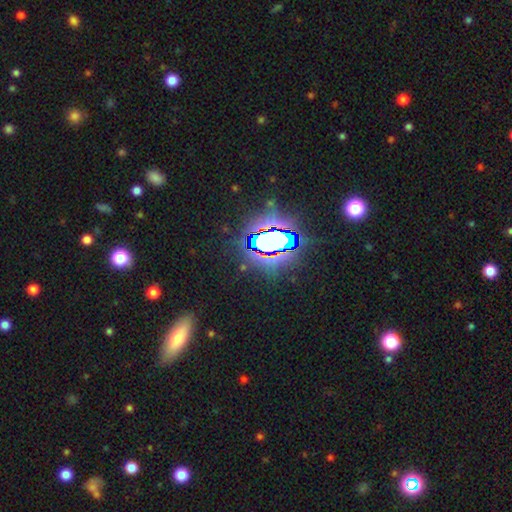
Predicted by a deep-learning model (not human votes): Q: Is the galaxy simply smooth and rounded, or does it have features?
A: star or artifact — 80%.